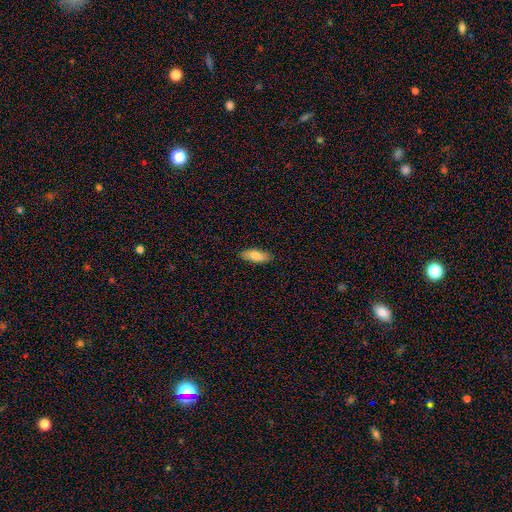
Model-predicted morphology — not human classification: Q: Smooth or featured?
A: smooth (84%); runner-up: featured or disk (10%)
Q: How rounded?
A: in between (74%); runner-up: cigar-shaped (24%)
Q: Merging?
A: none (87%); runner-up: minor disturbance (10%)